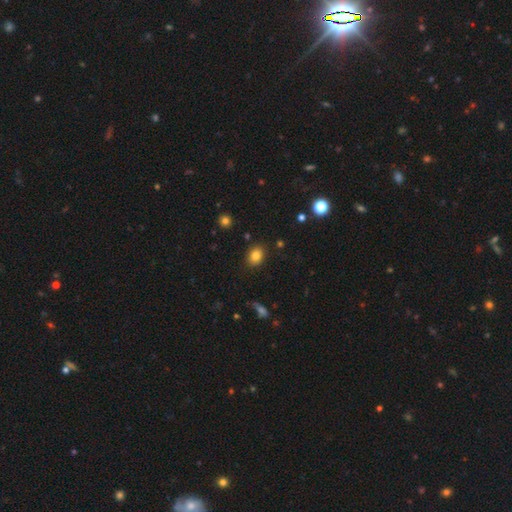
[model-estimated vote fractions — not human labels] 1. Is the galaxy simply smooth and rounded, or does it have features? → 83% smooth, 11% star or artifact, 7% featured or disk.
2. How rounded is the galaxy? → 55% in between, 44% round, 1% cigar-shaped.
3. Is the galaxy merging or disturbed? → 87% none, 9% minor disturbance, 2% major disturbance, 2% merger.